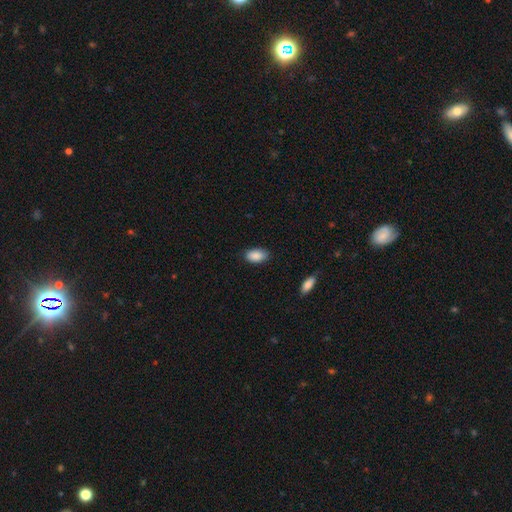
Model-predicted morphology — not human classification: A smooth galaxy with no disk features (89%) that is in between round and cigar-shaped (93%).

Vote fractions:
- Smooth or featured? smooth: 89% / star or artifact: 7% / featured or disk: 4%
- How rounded? in between: 93% / round: 5% / cigar-shaped: 2%
- Merging? none: 82% / minor disturbance: 14% / major disturbance: 2% / merger: 1%